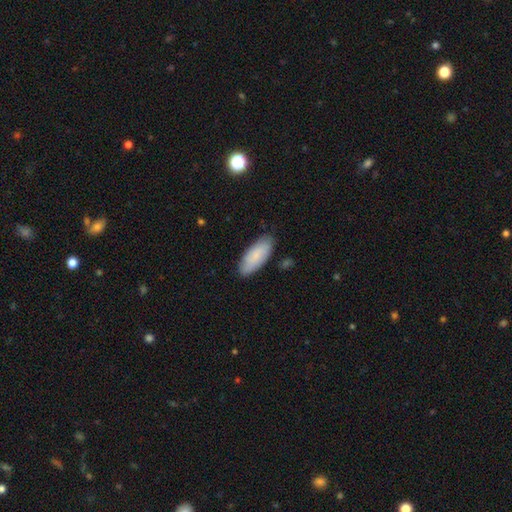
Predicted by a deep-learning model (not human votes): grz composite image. It shows a smooth galaxy with no disk features (83%) that is in between round and cigar-shaped (80%). Merging: none (84%).